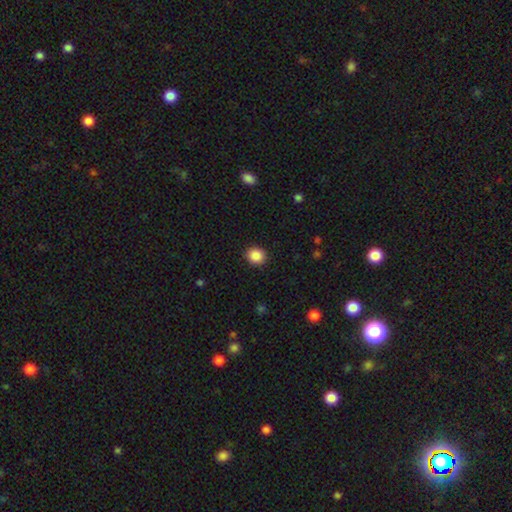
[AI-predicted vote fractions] The model was most divided on "how rounded": round: 81%, in between: 18%, cigar-shaped: 1%. More confident: merging — none (91%); smooth or featured — smooth (88%).